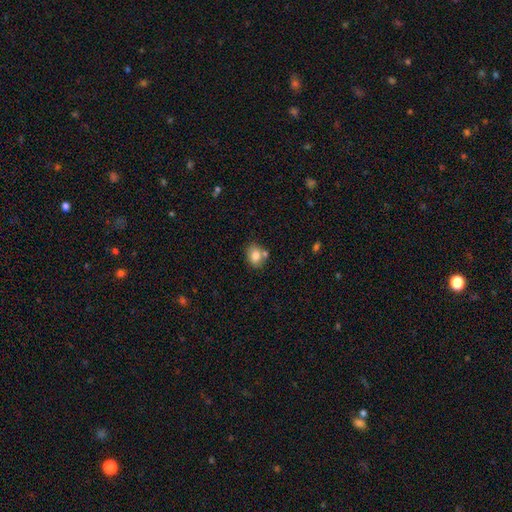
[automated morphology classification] smooth-or-featured: smooth: 81% | featured or disk: 10% | star or artifact: 9%
  how-rounded: in between: 57% | round: 42% | cigar-shaped: 1%
  merging: none: 62% | merger: 21% | minor disturbance: 14% | major disturbance: 4%